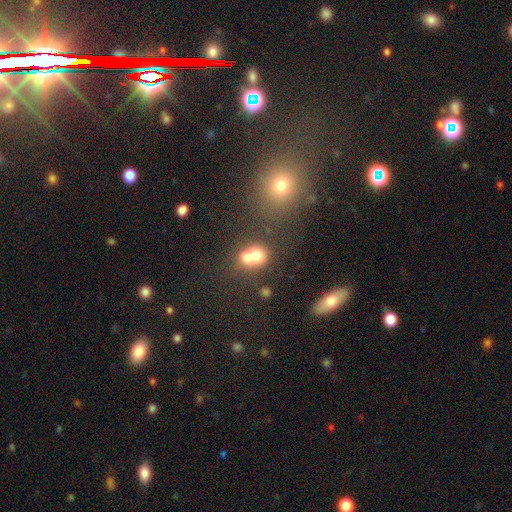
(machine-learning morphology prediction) Q: Smooth or featured?
A: smooth (69%); runner-up: featured or disk (19%)
Q: How rounded?
A: round (69%); runner-up: in between (30%)
Q: Merging?
A: merger (66%); runner-up: none (24%)